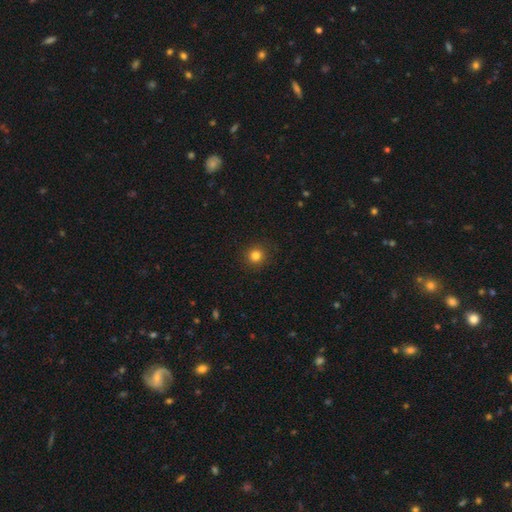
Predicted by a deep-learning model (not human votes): This is clearly a smooth galaxy (82%). How rounded: clearly round (93%). Merging: clearly none (90%).